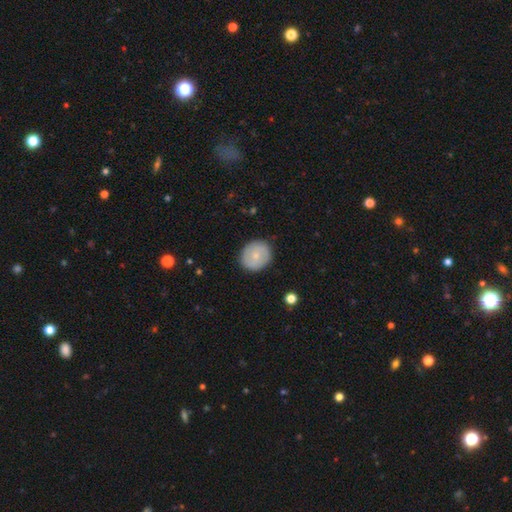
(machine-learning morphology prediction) smooth-or-featured: smooth: 65% | featured or disk: 28% | star or artifact: 7%
  how-rounded: round: 80% | in between: 19% | cigar-shaped: 1%
  merging: none: 87% | minor disturbance: 10% | major disturbance: 2% | merger: 1%